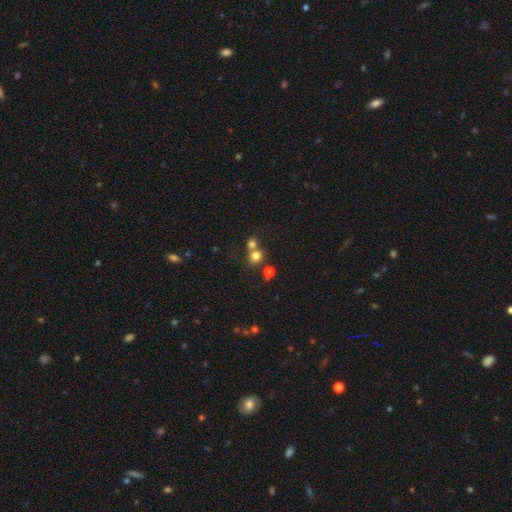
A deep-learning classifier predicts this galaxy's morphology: Smooth or featured: smooth — 75% (star or artifact — 15%)
How rounded: round — 86% (in between — 13%)
Merging: none — 50% (merger — 41%)